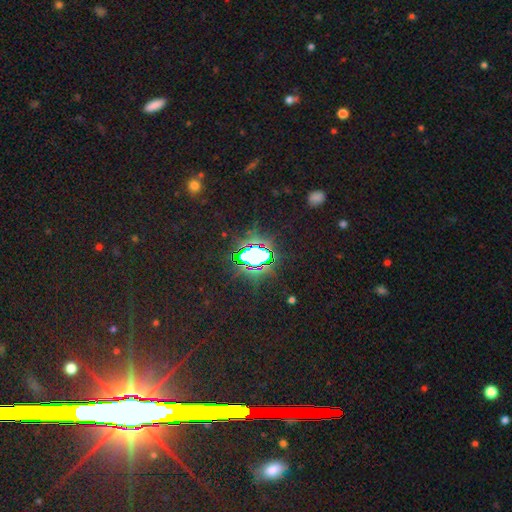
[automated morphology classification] Q: Smooth or featured?
A: star or artifact (73%); runner-up: smooth (17%)